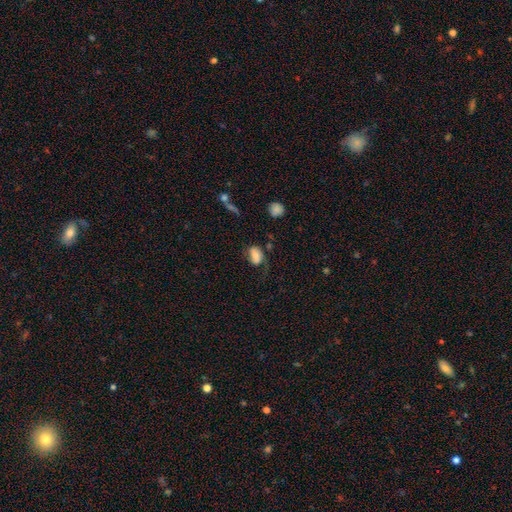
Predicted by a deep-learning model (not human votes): smooth-or-featured: smooth: 59% | featured or disk: 31% | star or artifact: 10%
  how-rounded: in between: 81% | round: 17% | cigar-shaped: 2%
  merging: none: 47% | minor disturbance: 28% | major disturbance: 21% | merger: 4%